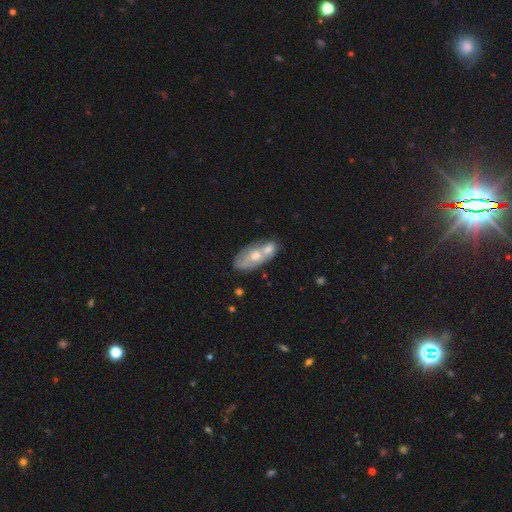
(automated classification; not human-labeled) featured or disk 51%, smooth 42%, star or artifact 7%. Down the decision tree: edge-on disk — no (89%); merging — merger (51%).